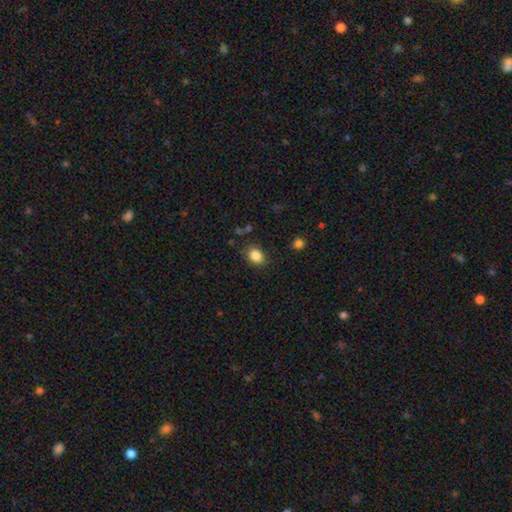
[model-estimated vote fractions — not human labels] smooth_or_featured: smooth (p=0.85) [alt: star or artifact p=0.09]
how_rounded: in between (p=0.68) [alt: round p=0.31]
merging: none (p=0.82) [alt: minor disturbance p=0.13]